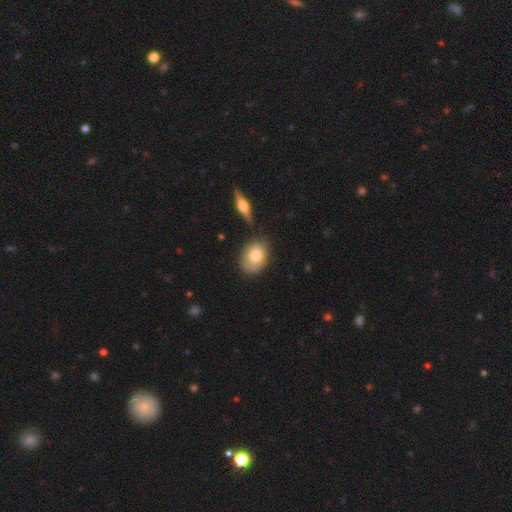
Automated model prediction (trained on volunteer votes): This appears to be a smooth galaxy with no disk features (71%) that is in between round and cigar-shaped (65%). Merging: none (69%).